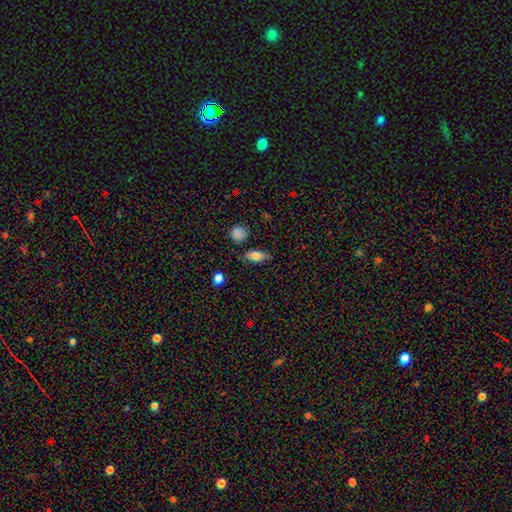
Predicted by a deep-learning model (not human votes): Smooth or featured? Predicted: smooth (p=0.76). How rounded? Predicted: in between (p=0.80). Merging? Predicted: none (p=0.77).